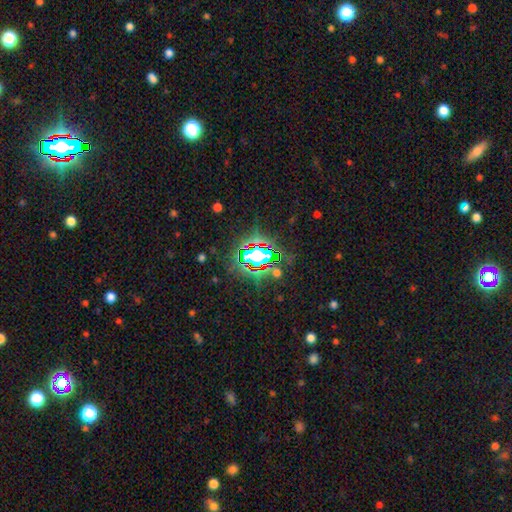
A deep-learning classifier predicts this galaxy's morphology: A star or artifact, not a galaxy (71%).

Vote fractions:
- Smooth or featured? star or artifact: 71% / smooth: 17% / featured or disk: 12%